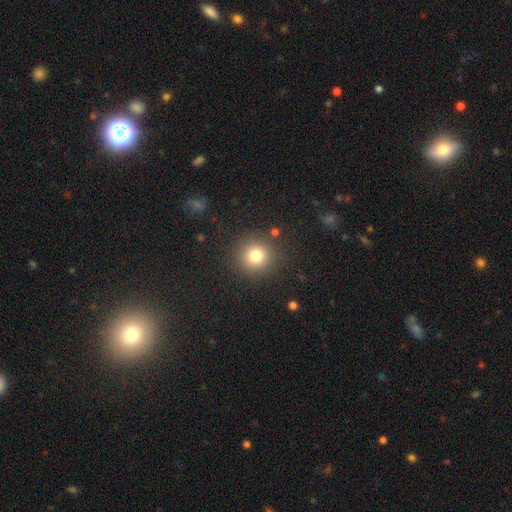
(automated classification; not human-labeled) smooth_or_featured: smooth (p=0.79) [alt: star or artifact p=0.13]
how_rounded: round (p=0.92) [alt: in between p=0.07]
merging: none (p=0.88) [alt: minor disturbance p=0.07]